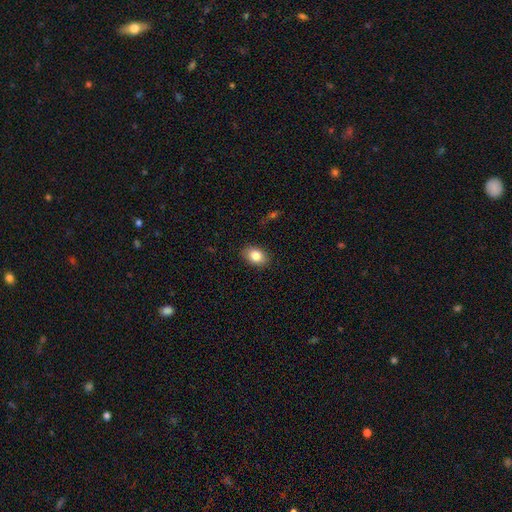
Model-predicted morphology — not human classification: The model was most divided on "how rounded": in between: 82%, round: 17%, cigar-shaped: 1%. More confident: merging — none (87%); smooth or featured — smooth (85%).